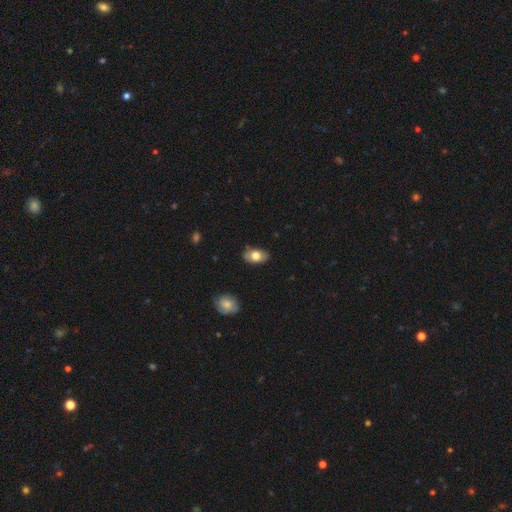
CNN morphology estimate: Smooth or featured?
  - smooth: 77% *
  - featured or disk: 17%
  - star or artifact: 7%
How rounded?
  - in between: 91% *
  - round: 7%
  - cigar-shaped: 2%
Merging?
  - none: 85% *
  - minor disturbance: 12%
  - major disturbance: 2%
  - merger: 1%